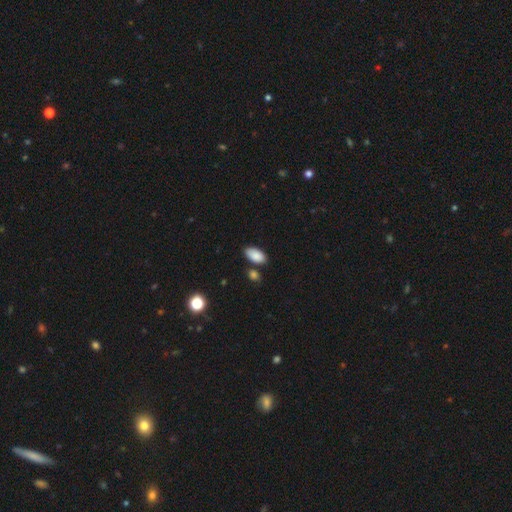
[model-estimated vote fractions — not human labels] Q: Smooth or featured?
A: smooth (87%); runner-up: star or artifact (7%)
Q: How rounded?
A: in between (94%); runner-up: round (3%)
Q: Merging?
A: none (75%); runner-up: minor disturbance (13%)